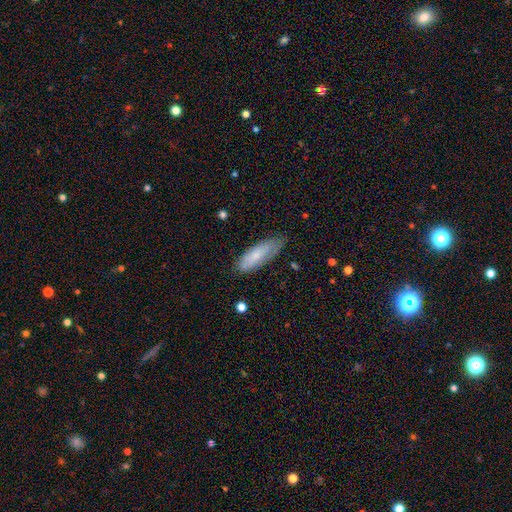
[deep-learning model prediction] Smooth or featured: smooth — 70% (featured or disk — 24%)
How rounded: in between — 59% (cigar-shaped — 39%)
Merging: none — 71% (minor disturbance — 23%)